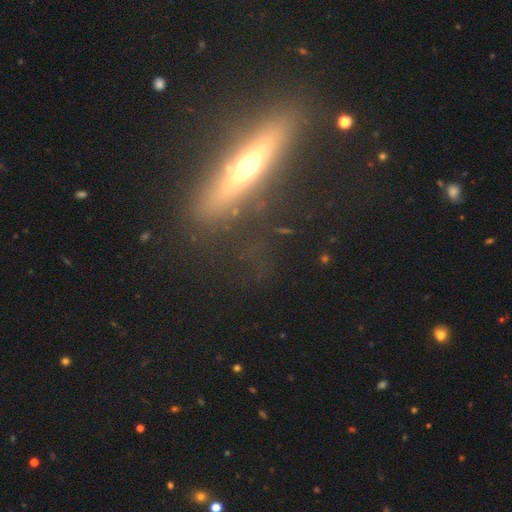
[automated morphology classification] This appears to be a featured or disk galaxy (65%) viewed edge-on (86%) with a rounded central bulge (88%). Merging: none (78%).